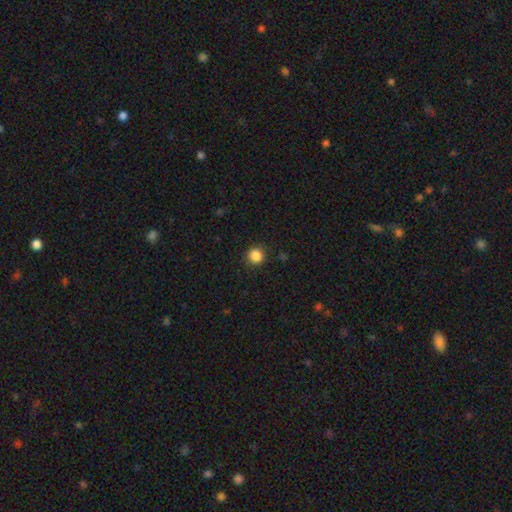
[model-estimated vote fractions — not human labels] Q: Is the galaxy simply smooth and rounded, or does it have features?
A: smooth — 86%.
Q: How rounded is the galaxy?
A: round — 92%.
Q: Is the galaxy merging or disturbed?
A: none — 90%.